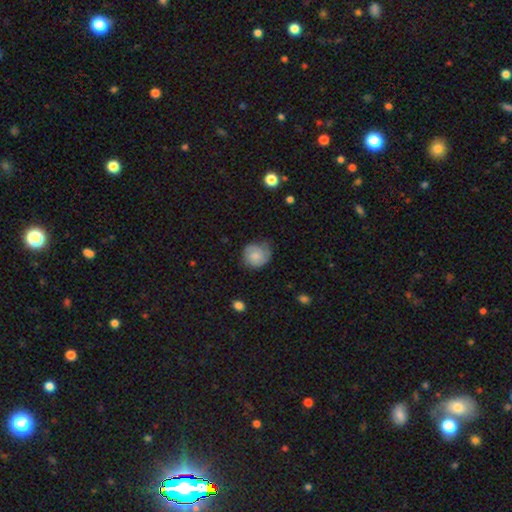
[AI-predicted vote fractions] Smooth or featured? smooth (71%)
How rounded? round (81%)
Merging? none (60%)